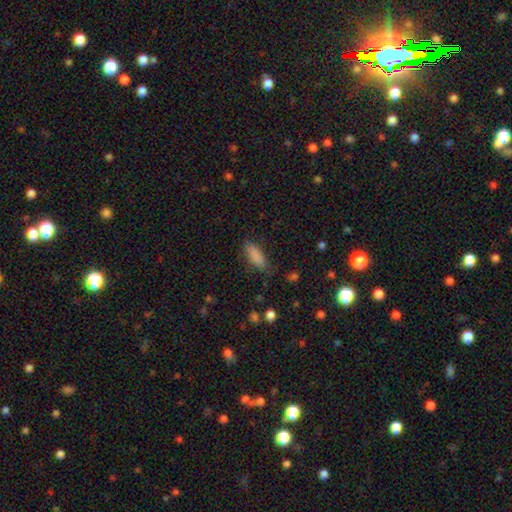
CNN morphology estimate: Overall: smooth (86%). How rounded: in between (66%; cigar-shaped 32%). Merging: none (78%).